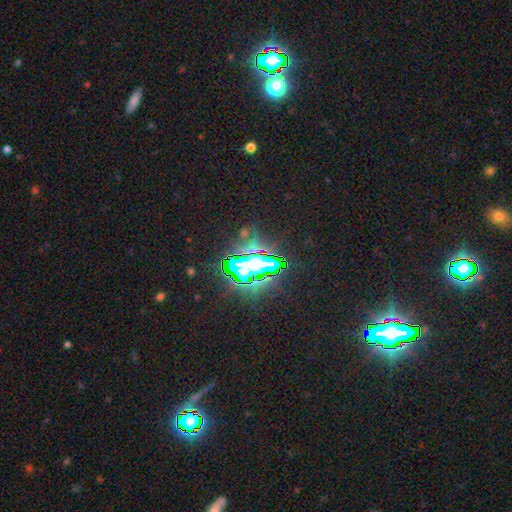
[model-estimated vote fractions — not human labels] star or artifact 74%, smooth 16%, featured or disk 10%.